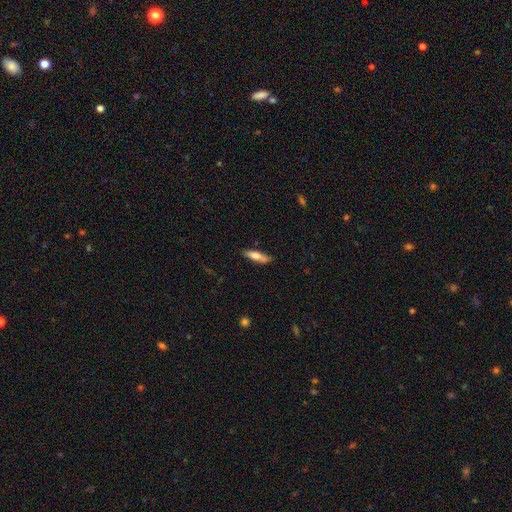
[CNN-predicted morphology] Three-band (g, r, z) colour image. It shows a smooth galaxy with no disk features (69%) that is cigar-shaped (66%). Merging: none (77%).